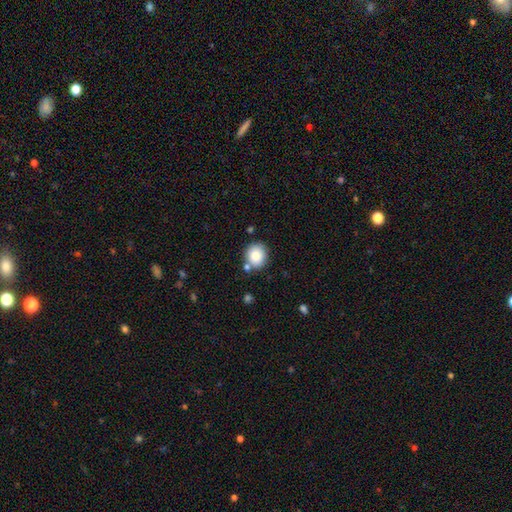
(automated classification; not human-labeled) smooth_or_featured: smooth (p=0.84) [alt: star or artifact p=0.09]
how_rounded: round (p=0.79) [alt: in between p=0.20]
merging: none (p=0.76) [alt: minor disturbance p=0.11]